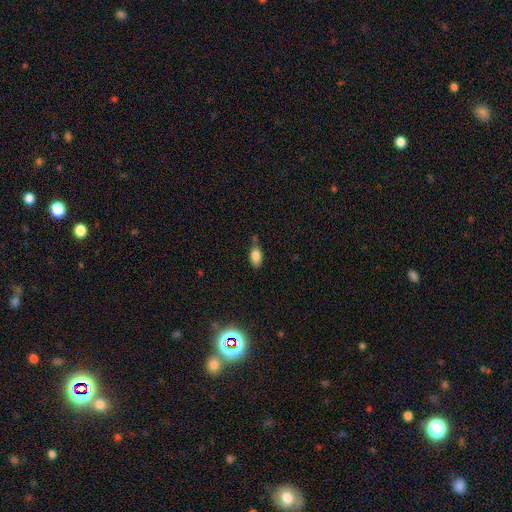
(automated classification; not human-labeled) Smooth or featured: smooth — 83% (star or artifact — 9%)
How rounded: in between — 90% (round — 6%)
Merging: none — 64% (minor disturbance — 25%)